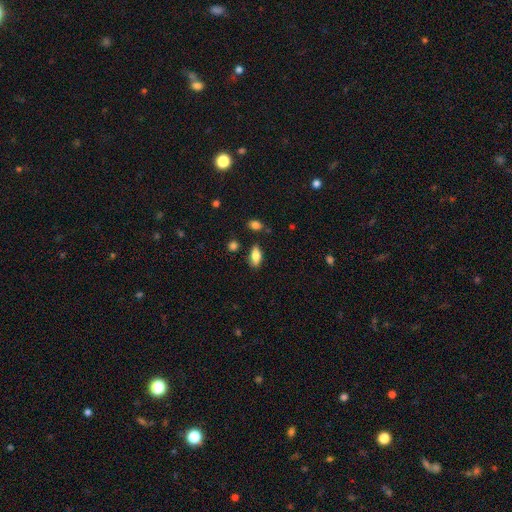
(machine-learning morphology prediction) Smooth or featured: smooth — 78% (featured or disk — 15%)
How rounded: in between — 83% (cigar-shaped — 13%)
Merging: none — 82% (minor disturbance — 12%)